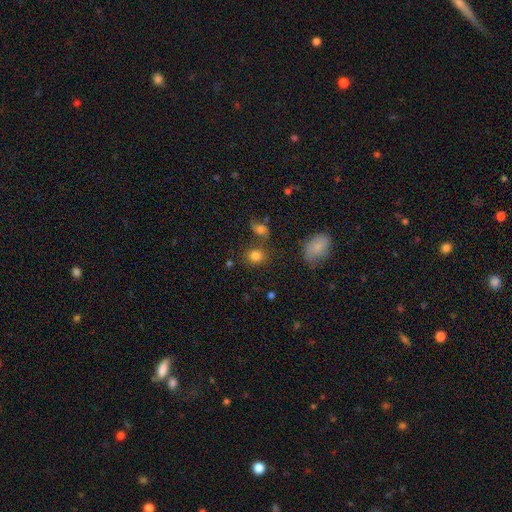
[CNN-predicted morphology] Smooth or featured: smooth — 81% (star or artifact — 12%)
How rounded: round — 67% (in between — 32%)
Merging: none — 71% (merger — 12%)